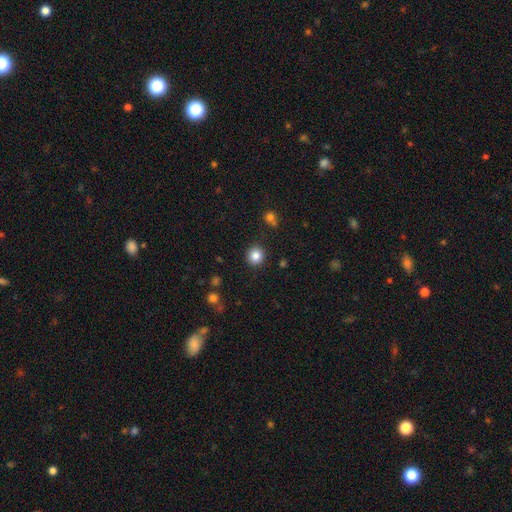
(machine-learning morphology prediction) This appears to be a smooth galaxy with no disk features (84%) that is round (91%). Merging: none (90%).